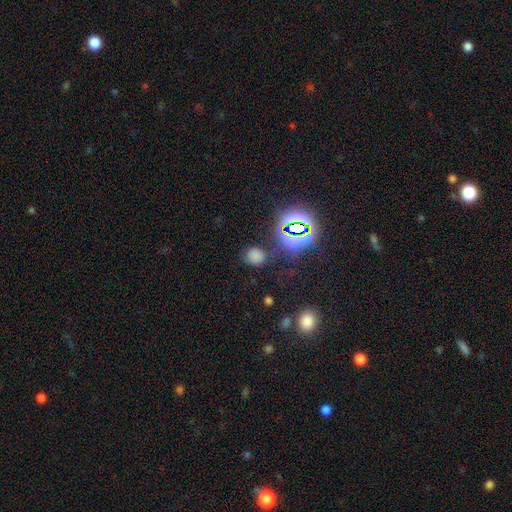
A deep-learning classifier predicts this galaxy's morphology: Smooth or featured? smooth (64%)
How rounded? round (66%)
Merging? none (76%)